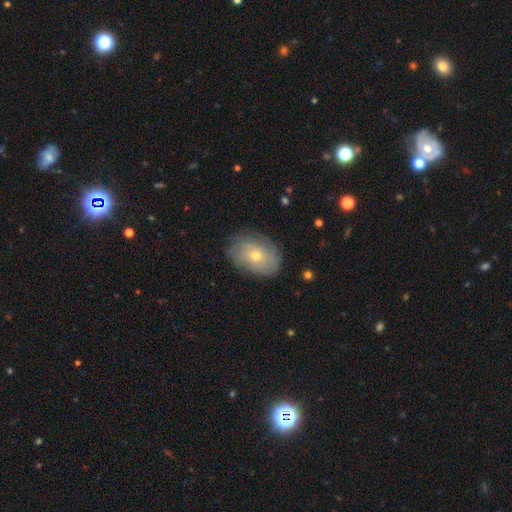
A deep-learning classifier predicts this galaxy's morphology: smooth-or-featured: featured or disk: 53% | smooth: 39% | star or artifact: 8%
  disk-edge-on: no: 94% | yes: 6%
  merging: none: 80% | minor disturbance: 15% | major disturbance: 4% | merger: 1%